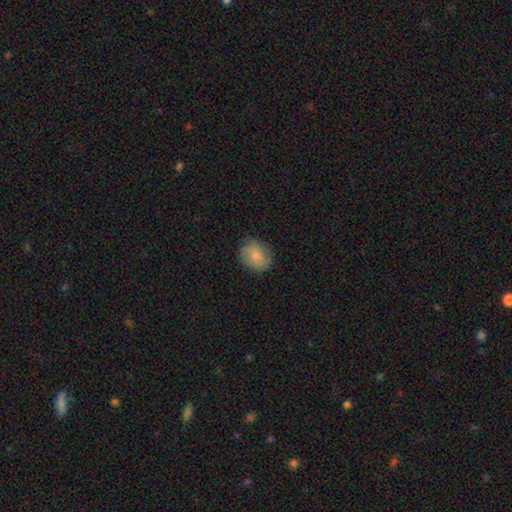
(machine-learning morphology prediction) Smooth or featured?
  - smooth: 80% *
  - featured or disk: 13%
  - star or artifact: 7%
How rounded?
  - round: 63% *
  - in between: 36%
  - cigar-shaped: 1%
Merging?
  - none: 84% *
  - minor disturbance: 12%
  - major disturbance: 3%
  - merger: 1%